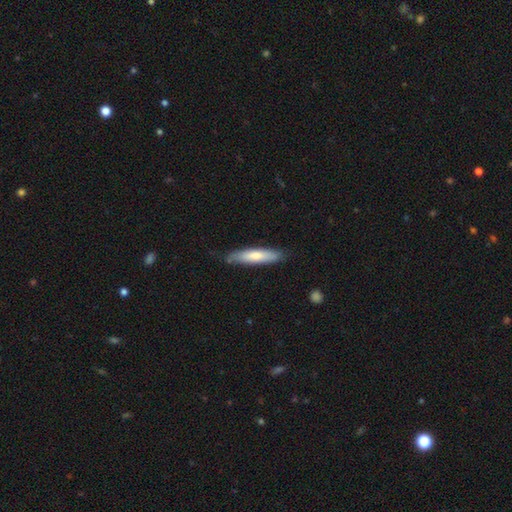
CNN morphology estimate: Q: Smooth or featured?
A: smooth (72%); runner-up: featured or disk (23%)
Q: How rounded?
A: cigar-shaped (79%); runner-up: in between (20%)
Q: Merging?
A: none (78%); runner-up: minor disturbance (17%)